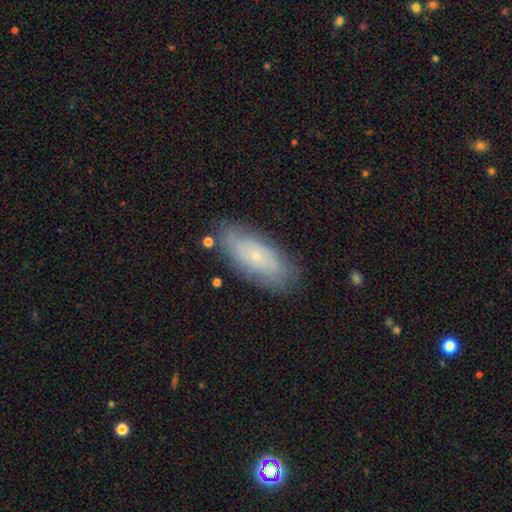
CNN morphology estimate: A smooth galaxy with no disk features (51%) that is in between round and cigar-shaped (81%).

Vote fractions:
- Smooth or featured? smooth: 51% / featured or disk: 42% / star or artifact: 8%
- How rounded? in between: 81% / cigar-shaped: 16% / round: 3%
- Merging? none: 78% / minor disturbance: 16% / major disturbance: 4% / merger: 2%